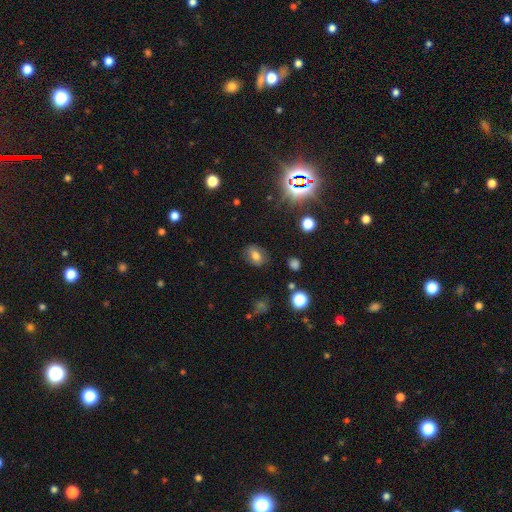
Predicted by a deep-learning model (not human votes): Smooth or featured?
  - smooth: 71% *
  - star or artifact: 15%
  - featured or disk: 14%
How rounded?
  - in between: 67% *
  - round: 31%
  - cigar-shaped: 2%
Merging?
  - none: 82% *
  - minor disturbance: 12%
  - major disturbance: 4%
  - merger: 2%